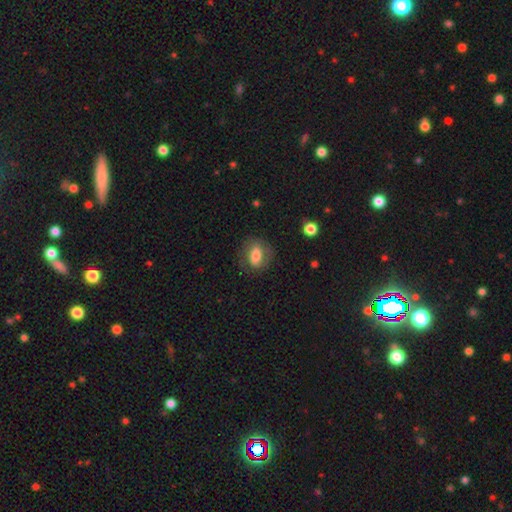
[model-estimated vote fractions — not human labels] A smooth galaxy with no disk features (63%) that is in between round and cigar-shaped (71%).

Vote fractions:
- Smooth or featured? smooth: 63% / featured or disk: 29% / star or artifact: 8%
- How rounded? in between: 71% / round: 27% / cigar-shaped: 3%
- Merging? none: 70% / minor disturbance: 18% / major disturbance: 11% / merger: 1%